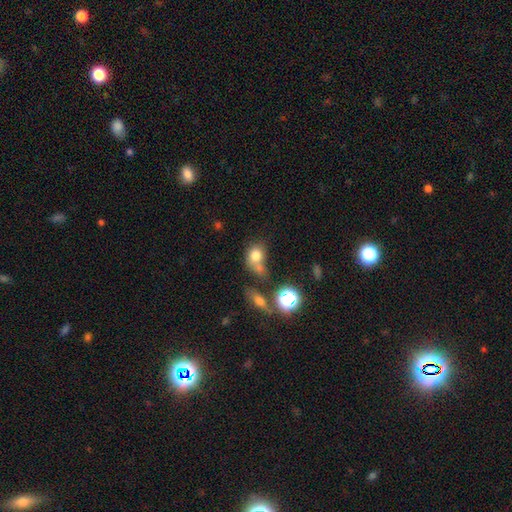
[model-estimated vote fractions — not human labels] smooth 74%, star or artifact 14%, featured or disk 12%. Down the decision tree: how rounded — round (57%); merging — merger (39%).